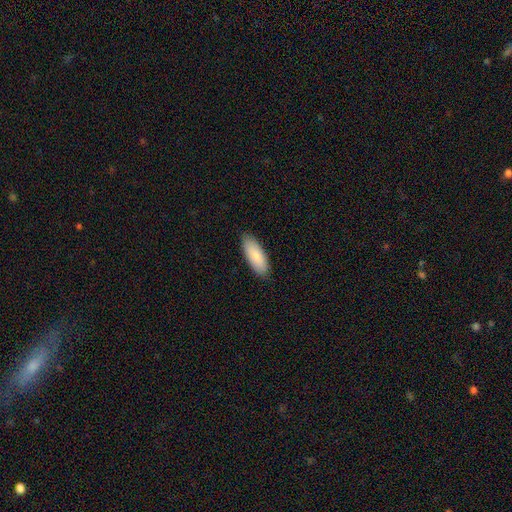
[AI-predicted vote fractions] smooth-or-featured: smooth: 84% | featured or disk: 10% | star or artifact: 5%
  how-rounded: in between: 76% | cigar-shaped: 22% | round: 2%
  merging: none: 86% | minor disturbance: 11% | major disturbance: 2% | merger: 1%